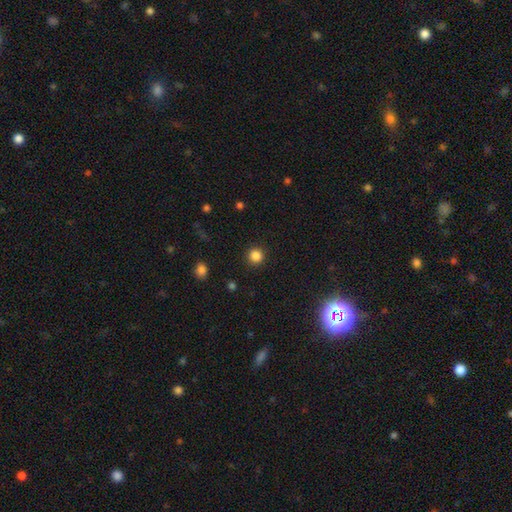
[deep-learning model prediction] Overall: smooth (85%). How rounded: round (94%). Merging: none (91%).